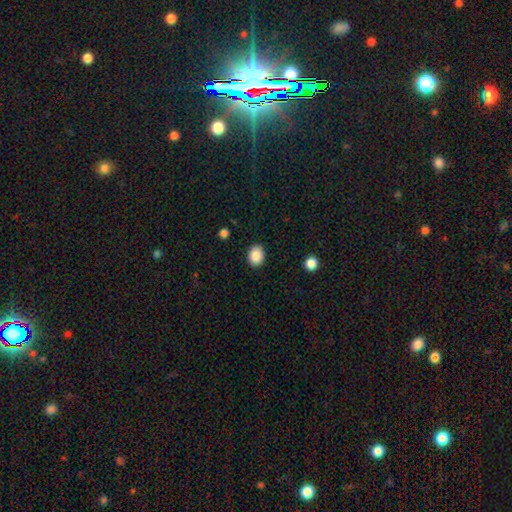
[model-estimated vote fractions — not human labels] This is clearly a smooth galaxy (88%). How rounded: possibly in between (53%). Merging: clearly none (90%).